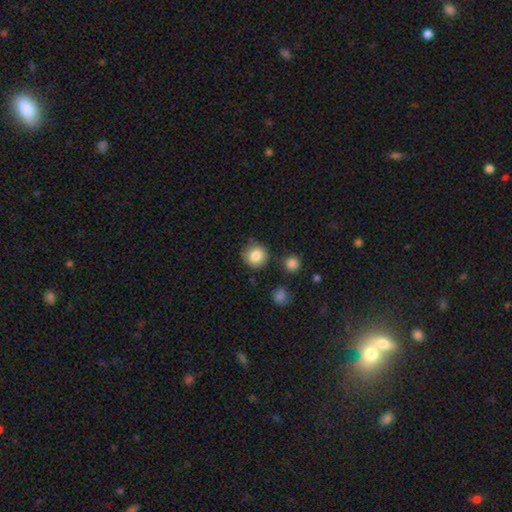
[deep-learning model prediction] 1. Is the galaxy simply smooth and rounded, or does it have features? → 84% smooth, 9% star or artifact, 7% featured or disk.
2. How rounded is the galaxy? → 91% round, 8% in between, 1% cigar-shaped.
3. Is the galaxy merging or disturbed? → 82% none, 10% minor disturbance, 5% merger, 3% major disturbance.